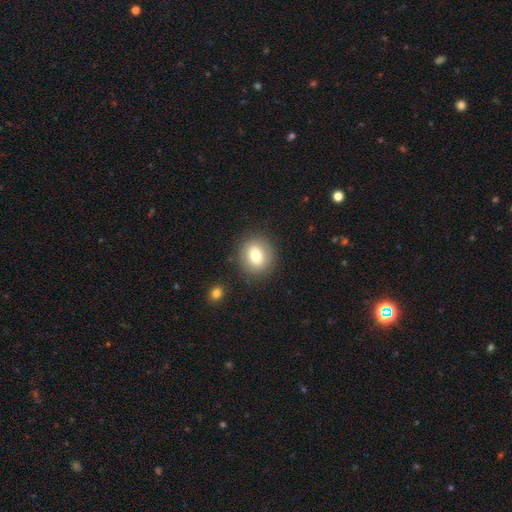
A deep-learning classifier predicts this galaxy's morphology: smooth_or_featured: smooth (p=0.75) [alt: featured or disk p=0.16]
how_rounded: round (p=0.74) [alt: in between p=0.25]
merging: none (p=0.86) [alt: minor disturbance p=0.09]